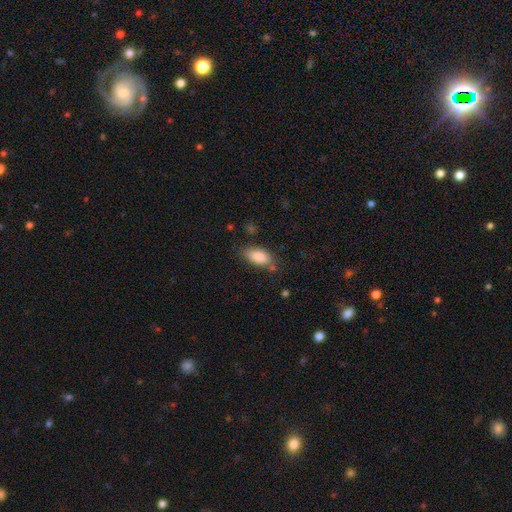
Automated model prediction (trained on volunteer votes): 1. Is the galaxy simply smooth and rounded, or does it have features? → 86% smooth, 7% featured or disk, 7% star or artifact.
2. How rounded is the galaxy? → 90% in between, 6% cigar-shaped, 3% round.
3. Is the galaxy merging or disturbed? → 73% none, 18% minor disturbance, 4% major disturbance, 4% merger.